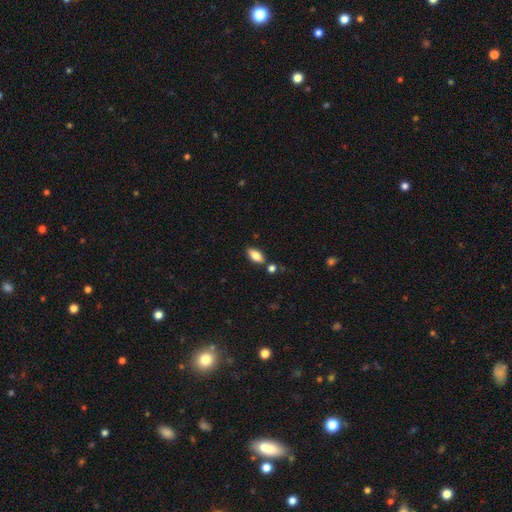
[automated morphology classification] Smooth or featured?
  - smooth: 80% *
  - featured or disk: 14%
  - star or artifact: 7%
How rounded?
  - in between: 86% *
  - cigar-shaped: 11%
  - round: 3%
Merging?
  - none: 78% *
  - minor disturbance: 12%
  - merger: 8%
  - major disturbance: 3%